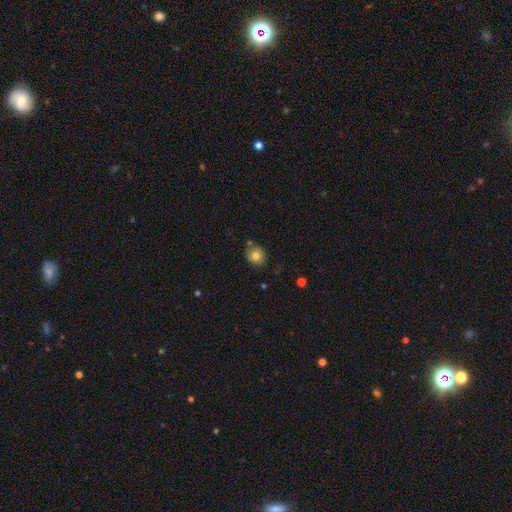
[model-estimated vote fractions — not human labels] Overall: smooth (80%). How rounded: round (84%). Merging: none (80%).